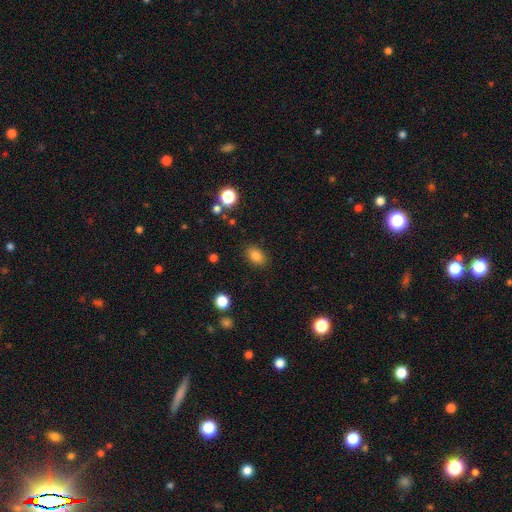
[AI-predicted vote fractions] smooth 83%, star or artifact 11%, featured or disk 6%. Down the decision tree: how rounded — in between (81%); merging — none (87%).